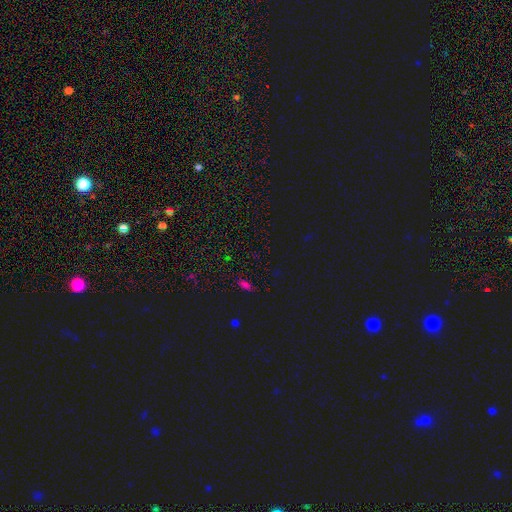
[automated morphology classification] A star or artifact, not a galaxy (55%).

Vote fractions:
- Smooth or featured? star or artifact: 55% / smooth: 38% / featured or disk: 7%